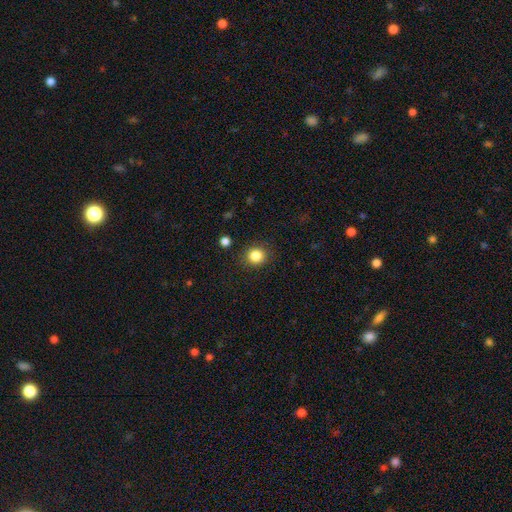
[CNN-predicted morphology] A smooth galaxy with no disk features (84%) that is round (86%).

Vote fractions:
- Smooth or featured? smooth: 84% / star or artifact: 11% / featured or disk: 5%
- How rounded? round: 86% / in between: 13% / cigar-shaped: 1%
- Merging? none: 89% / minor disturbance: 7% / major disturbance: 2% / merger: 2%